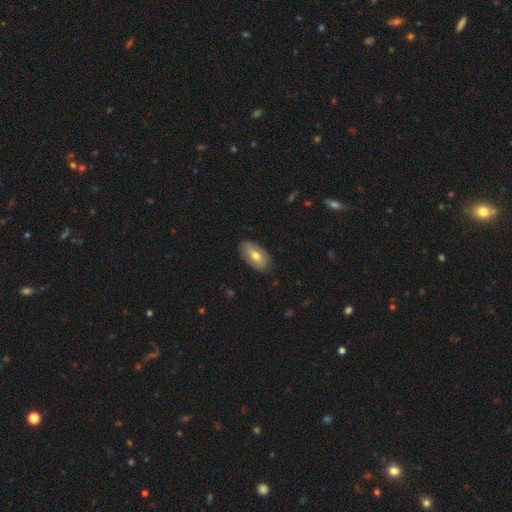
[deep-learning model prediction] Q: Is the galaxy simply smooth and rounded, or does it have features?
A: smooth — 60%.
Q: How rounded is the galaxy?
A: in between — 93%.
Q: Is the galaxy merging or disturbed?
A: none — 82%.